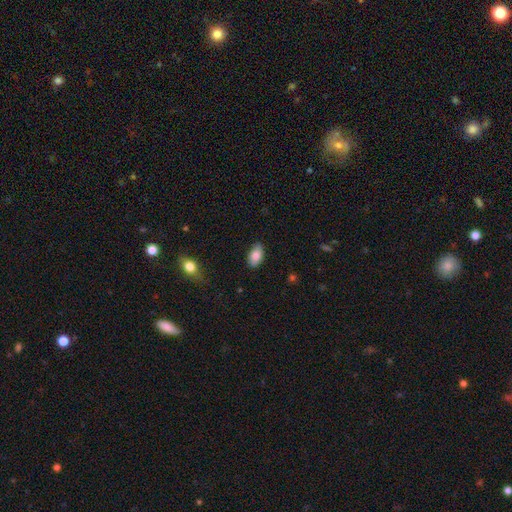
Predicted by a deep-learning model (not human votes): Overall: smooth (84%). How rounded: in between (93%). Merging: none (84%).